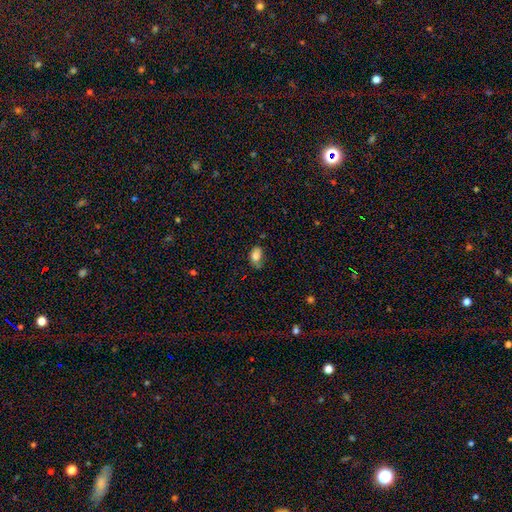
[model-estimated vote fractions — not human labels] smooth 81%, featured or disk 10%, star or artifact 9%. Down the decision tree: how rounded — in between (84%); merging — none (46%).